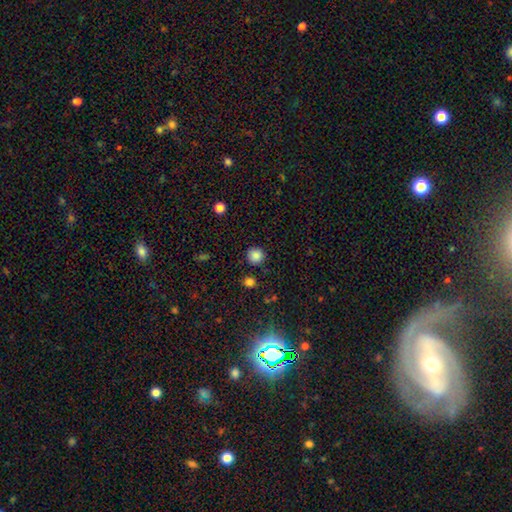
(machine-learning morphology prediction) This appears to be a smooth galaxy with no disk features (85%) that is round (94%). Merging: none (88%).